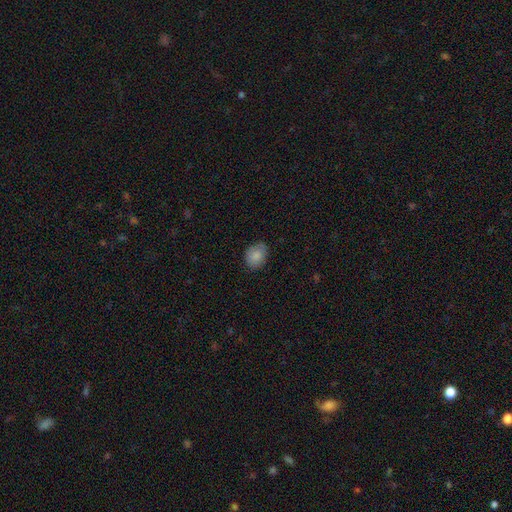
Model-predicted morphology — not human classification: smooth-or-featured: smooth: 86% | star or artifact: 8% | featured or disk: 7%
  how-rounded: in between: 56% | round: 43% | cigar-shaped: 1%
  merging: none: 78% | minor disturbance: 18% | major disturbance: 3% | merger: 1%